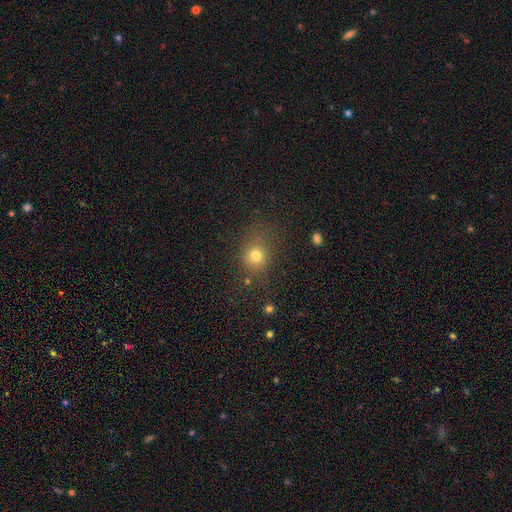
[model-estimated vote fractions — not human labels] Overall: smooth (75%). How rounded: round (71%). Merging: none (72%).